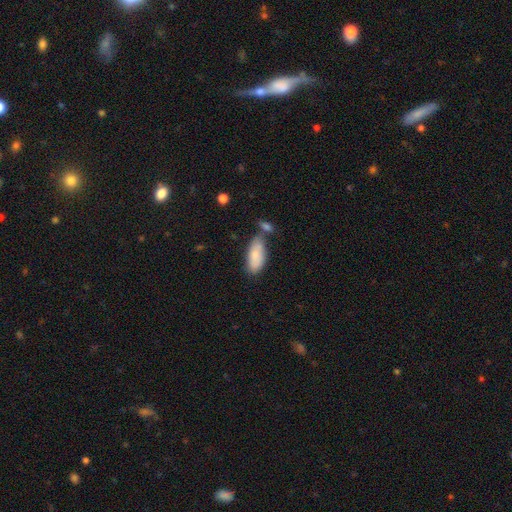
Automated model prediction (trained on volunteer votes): Smooth or featured?
  - smooth: 79% *
  - featured or disk: 15%
  - star or artifact: 6%
How rounded?
  - in between: 86% *
  - cigar-shaped: 12%
  - round: 2%
Merging?
  - none: 53% *
  - merger: 21%
  - minor disturbance: 21%
  - major disturbance: 5%